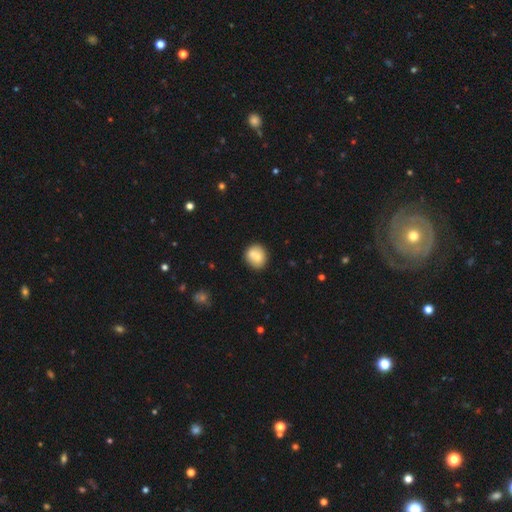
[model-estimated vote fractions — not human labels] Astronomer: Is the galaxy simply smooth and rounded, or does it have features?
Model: smooth — 76%.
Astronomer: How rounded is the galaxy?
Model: round — 78%.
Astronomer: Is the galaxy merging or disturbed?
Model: none — 60%.